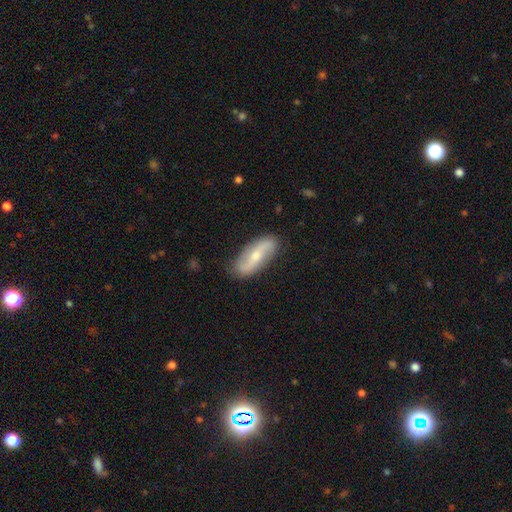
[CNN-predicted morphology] A featured or disk galaxy (68%) with no bar (37%), 2 (92%) loose (75%) spiral arms (87%) and a moderate central bulge (48%).

Vote fractions:
- Smooth or featured? featured or disk: 68% / smooth: 27% / star or artifact: 5%
- Edge-on disk? no: 88% / yes: 12%
- Bar? no: 37% / weak: 35% / strong: 28%
- Spiral arms? yes: 87% / no: 13%
- Spiral winding? loose: 75% / medium: 16% / tight: 8%
- Spiral arm count? 2: 92% / can't tell: 4% / 1: 1% / 3: 1% / 4: 1% / more than 4: 1%
- Bulge size? moderate: 48% / small: 46% / large: 2% / none: 2% / dominant: 1%
- Merging? none: 85% / minor disturbance: 11% / major disturbance: 2% / merger: 1%